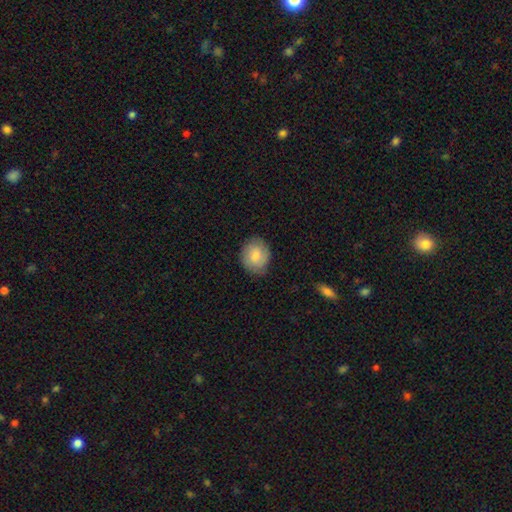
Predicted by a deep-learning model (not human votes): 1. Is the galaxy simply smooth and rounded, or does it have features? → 75% smooth, 18% featured or disk, 7% star or artifact.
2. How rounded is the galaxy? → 65% round, 34% in between, 1% cigar-shaped.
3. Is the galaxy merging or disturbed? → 81% none, 15% minor disturbance, 3% major disturbance, 1% merger.